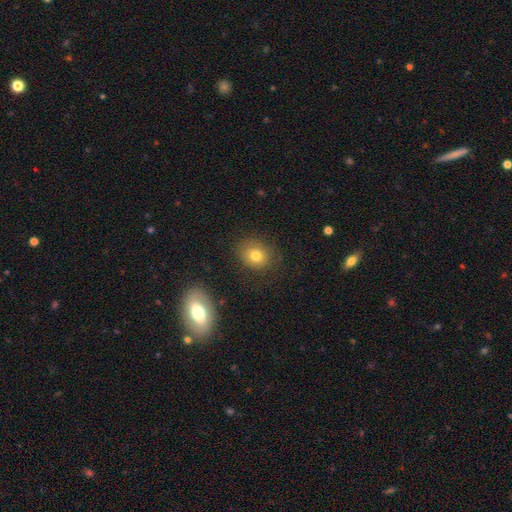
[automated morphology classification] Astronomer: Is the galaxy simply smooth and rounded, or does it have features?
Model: smooth — 77%.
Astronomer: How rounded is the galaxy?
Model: round — 67%.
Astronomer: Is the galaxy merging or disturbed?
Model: none — 80%.